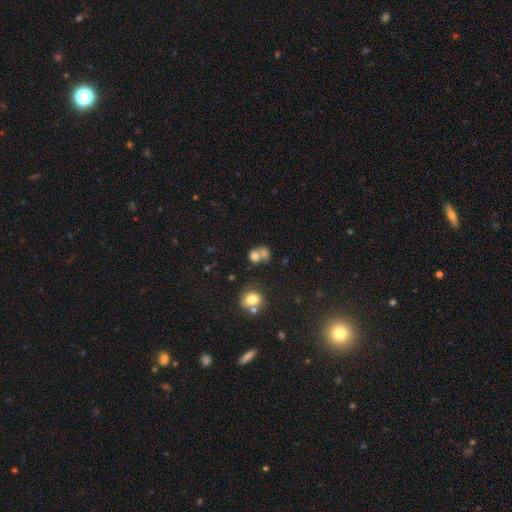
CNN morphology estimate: Overall: smooth (73%). How rounded: round (61%; in between 38%). Merging: merger (54%; none 30%).